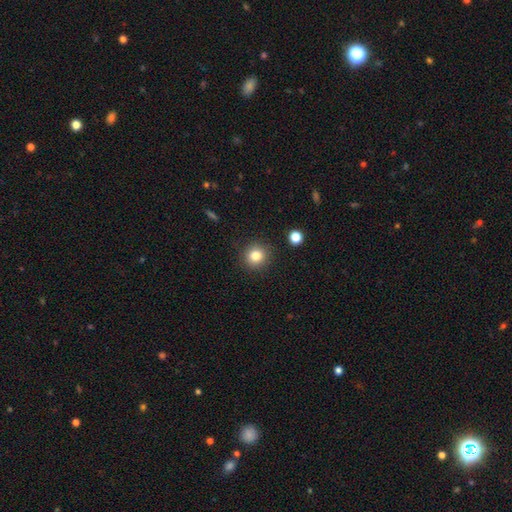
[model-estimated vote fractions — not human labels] smooth-or-featured: smooth: 82% | star or artifact: 11% | featured or disk: 6%
  how-rounded: round: 90% | in between: 9% | cigar-shaped: 1%
  merging: none: 89% | minor disturbance: 7% | major disturbance: 2% | merger: 2%